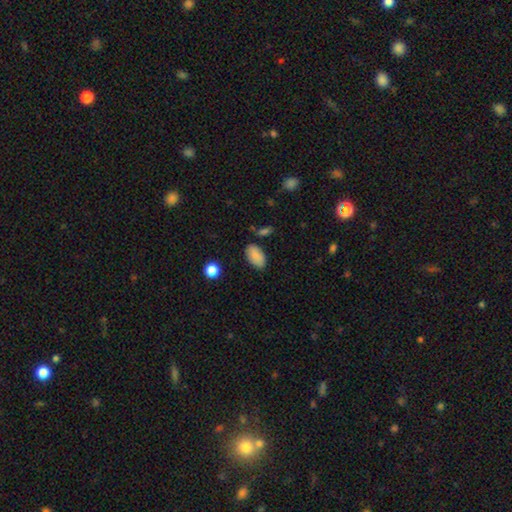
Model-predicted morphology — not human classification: A smooth galaxy with no disk features (85%) that is in between round and cigar-shaped (93%). Merging: none (79%).